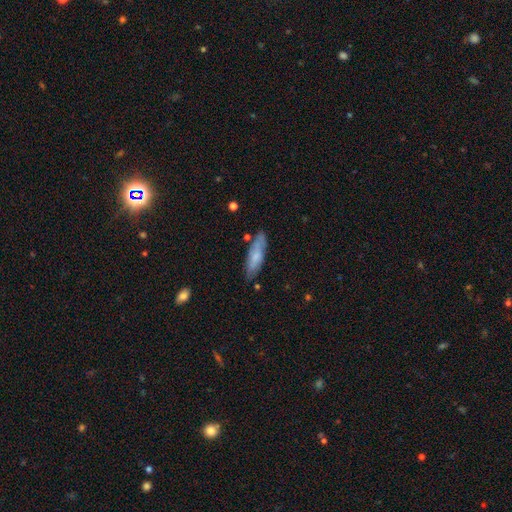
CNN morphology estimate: Smooth or featured? Predicted: smooth (p=0.62). How rounded? Predicted: cigar-shaped (p=0.57). Merging? Predicted: none (p=0.75).